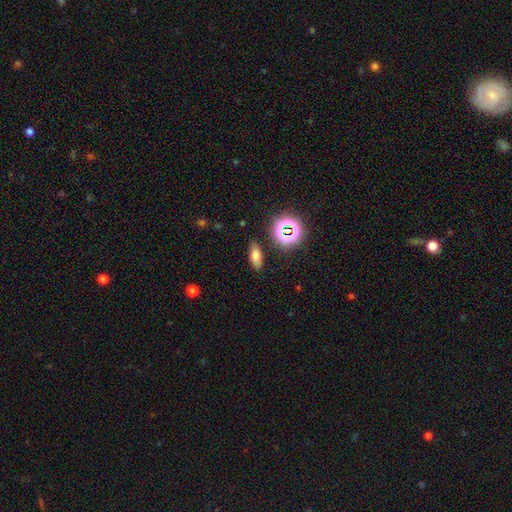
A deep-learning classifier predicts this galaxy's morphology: smooth-or-featured: smooth: 71% | star or artifact: 18% | featured or disk: 12%
  how-rounded: in between: 72% | cigar-shaped: 20% | round: 8%
  merging: none: 84% | minor disturbance: 11% | major disturbance: 3% | merger: 2%